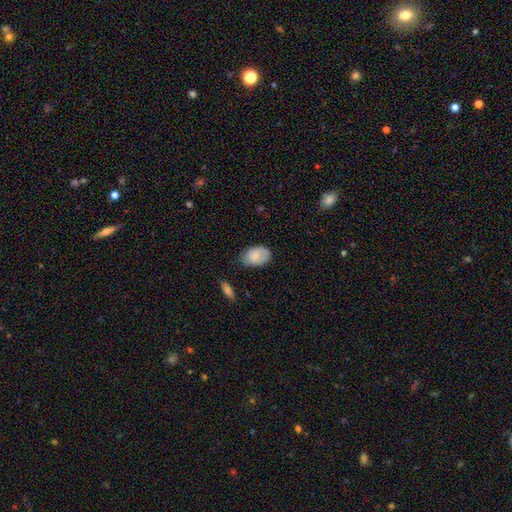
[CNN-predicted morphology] The model was most divided on "merging": none: 64%, minor disturbance: 28%, major disturbance: 6%, merger: 2%. More confident: how rounded — in between (86%); smooth or featured — smooth (75%).